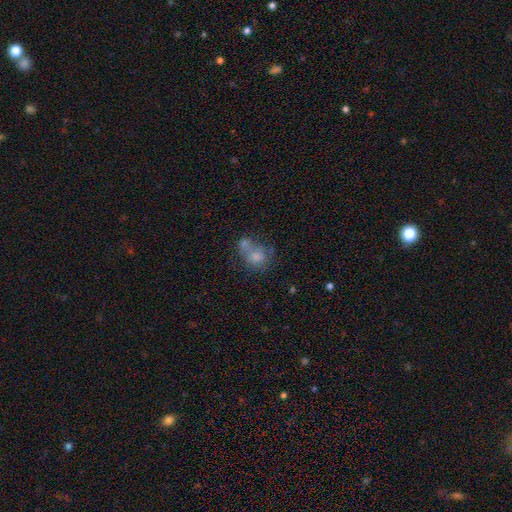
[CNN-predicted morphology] Smooth or featured: smooth — 69% (featured or disk — 19%)
How rounded: round — 64% (in between — 35%)
Merging: merger — 51% (none — 28%)